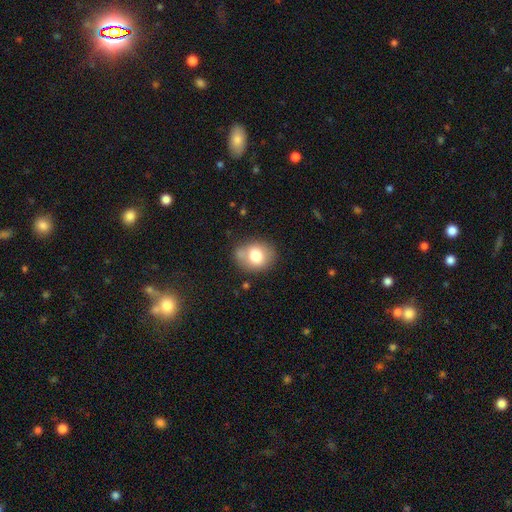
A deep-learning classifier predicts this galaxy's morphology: smooth_or_featured: smooth (p=0.75) [alt: featured or disk p=0.16]
how_rounded: round (p=0.59) [alt: in between p=0.40]
merging: none (p=0.68) [alt: minor disturbance p=0.20]